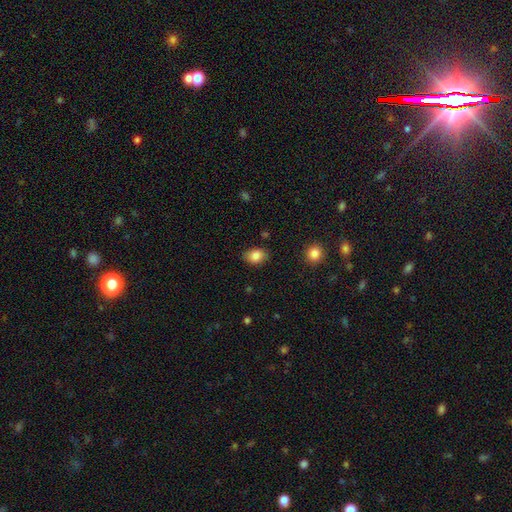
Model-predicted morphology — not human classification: A smooth galaxy with no disk features (85%) that is in between round and cigar-shaped (75%).

Vote fractions:
- Smooth or featured? smooth: 85% / star or artifact: 8% / featured or disk: 6%
- How rounded? in between: 75% / round: 24% / cigar-shaped: 1%
- Merging? none: 83% / minor disturbance: 13% / major disturbance: 3% / merger: 1%